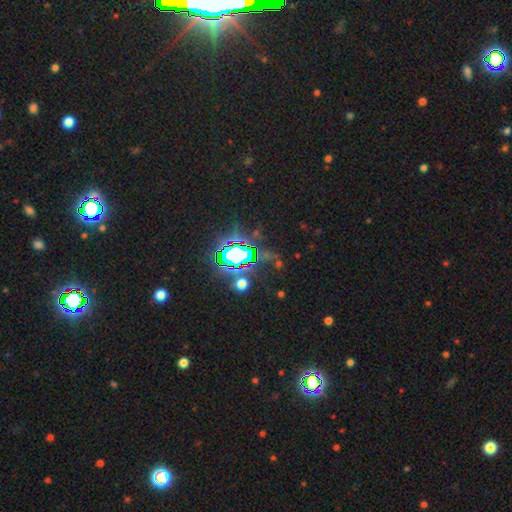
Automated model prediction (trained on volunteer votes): Smooth or featured: star or artifact — 83% (smooth — 10%)